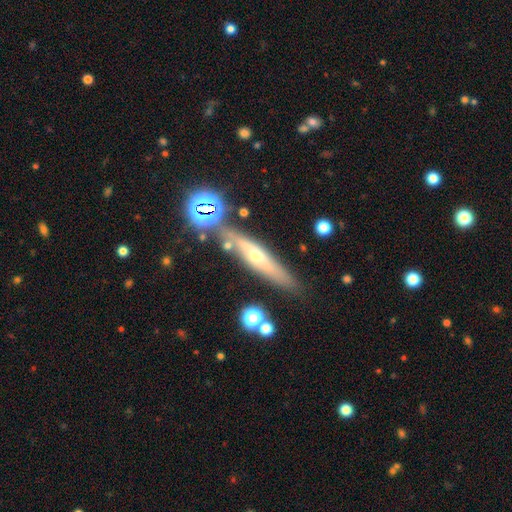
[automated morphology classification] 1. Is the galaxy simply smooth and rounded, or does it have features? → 58% featured or disk, 30% smooth, 12% star or artifact.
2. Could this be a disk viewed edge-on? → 83% yes, 17% no.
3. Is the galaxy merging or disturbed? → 79% none, 12% minor disturbance, 6% merger, 3% major disturbance.